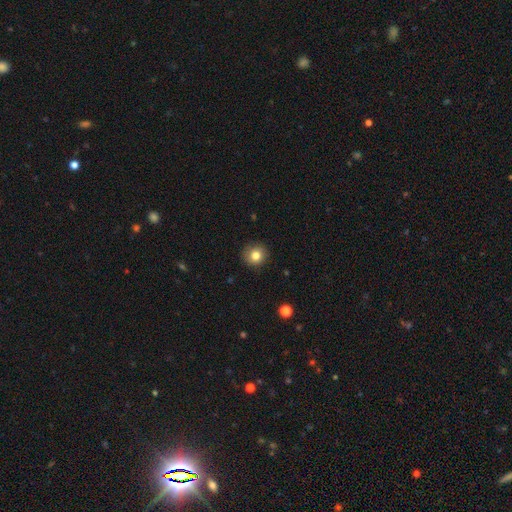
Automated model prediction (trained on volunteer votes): Overall: smooth (82%). How rounded: round (92%). Merging: none (89%).